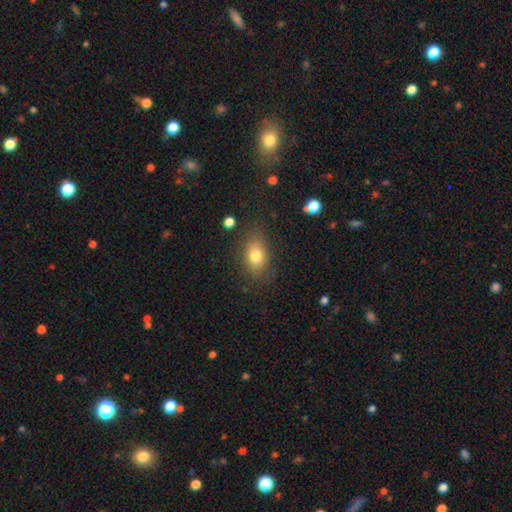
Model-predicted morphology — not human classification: smooth-or-featured: smooth: 77% | featured or disk: 13% | star or artifact: 10%
  how-rounded: in between: 81% | round: 17% | cigar-shaped: 3%
  merging: none: 78% | minor disturbance: 15% | major disturbance: 5% | merger: 2%